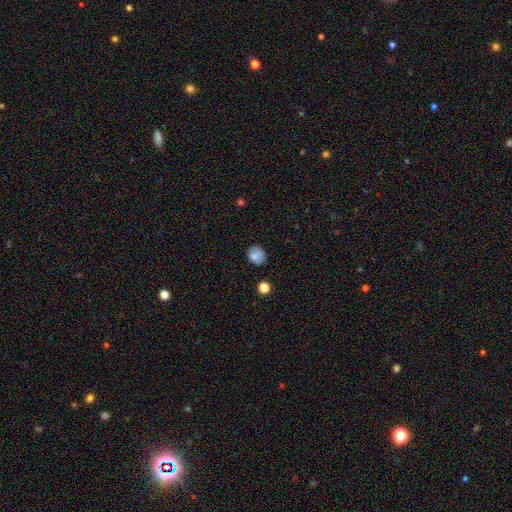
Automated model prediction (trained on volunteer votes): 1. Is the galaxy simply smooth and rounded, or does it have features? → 77% smooth, 13% featured or disk, 10% star or artifact.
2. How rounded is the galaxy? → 62% round, 37% in between, 1% cigar-shaped.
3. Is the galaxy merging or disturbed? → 73% none, 20% minor disturbance, 5% major disturbance, 2% merger.